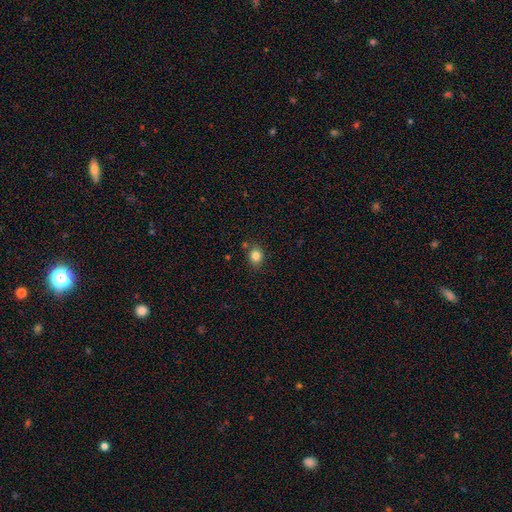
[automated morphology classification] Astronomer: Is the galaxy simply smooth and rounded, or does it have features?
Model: smooth — 83%.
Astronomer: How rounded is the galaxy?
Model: round — 67%.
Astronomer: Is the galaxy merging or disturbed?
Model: none — 80%.